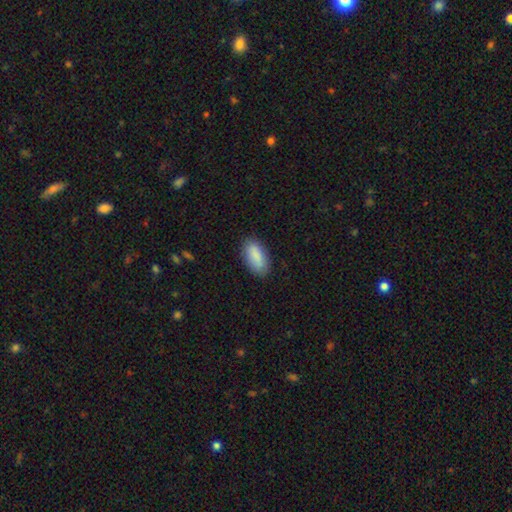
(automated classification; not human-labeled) Morphology: type=smooth (87%); roundness=in between (90%); merging=none (84%).